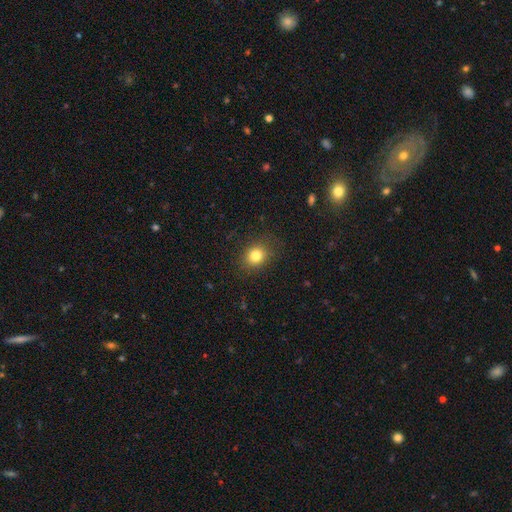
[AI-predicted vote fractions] Smooth or featured?
  - smooth: 81% *
  - star or artifact: 12%
  - featured or disk: 7%
How rounded?
  - round: 64% *
  - in between: 35%
  - cigar-shaped: 1%
Merging?
  - none: 85% *
  - minor disturbance: 10%
  - major disturbance: 4%
  - merger: 1%